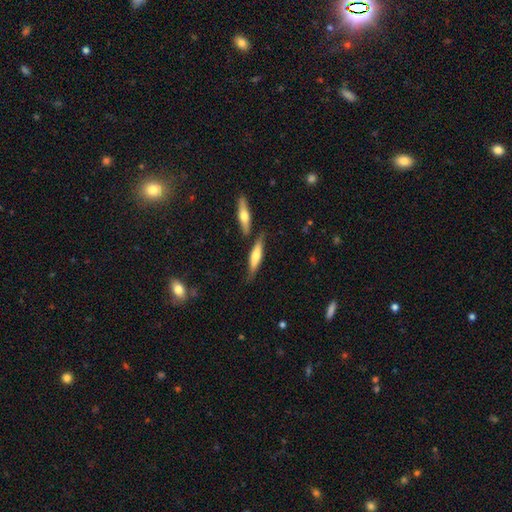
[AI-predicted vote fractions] Smooth or featured? Predicted: smooth (p=0.56). How rounded? Predicted: cigar-shaped (p=0.74). Merging? Predicted: none (p=0.70).